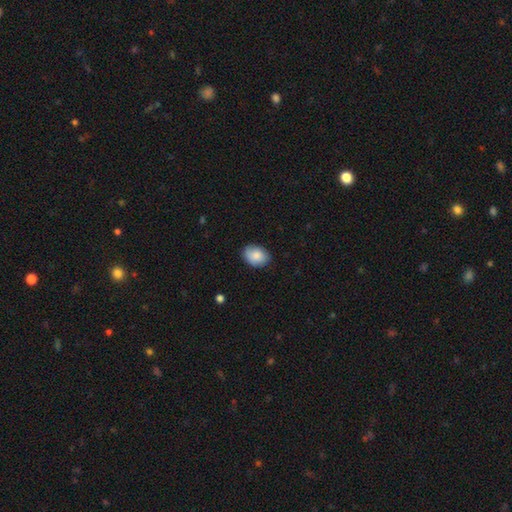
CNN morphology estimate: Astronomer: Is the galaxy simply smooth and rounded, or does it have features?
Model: smooth — 85%.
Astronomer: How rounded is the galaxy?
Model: in between — 71%.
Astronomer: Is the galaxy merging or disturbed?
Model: none — 81%.